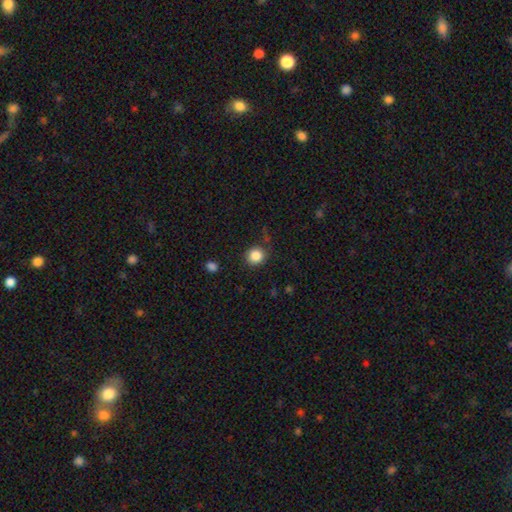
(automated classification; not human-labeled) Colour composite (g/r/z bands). It shows a smooth galaxy with no disk features (85%) that is round (88%). Merging: none (85%).